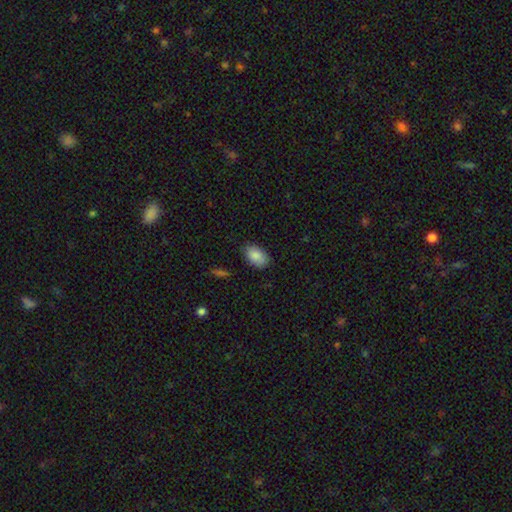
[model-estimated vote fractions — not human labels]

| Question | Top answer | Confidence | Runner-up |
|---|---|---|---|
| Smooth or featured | smooth | 87% | star or artifact (7%) |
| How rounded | in between | 91% | round (7%) |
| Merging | none | 82% | minor disturbance (14%) |